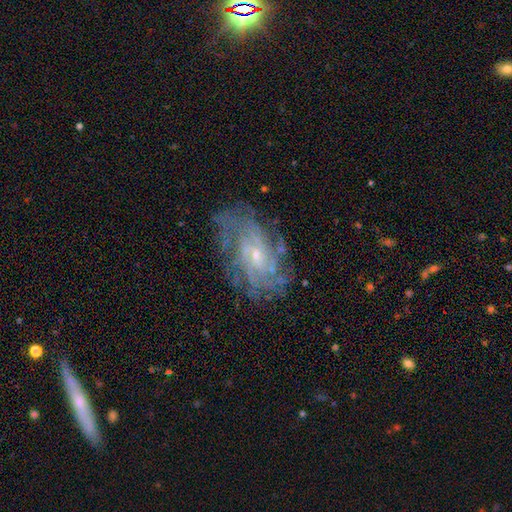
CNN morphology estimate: The model was most divided on "bar": no: 57%, weak: 35%, strong: 8%. Remaining: edge-on disk — no (95%); spiral arms — yes (93%); smooth or featured — featured or disk (83%); bulge size — small (75%); merging — none (72%); spiral winding — tight (61%); spiral arm count — can't tell (42%).